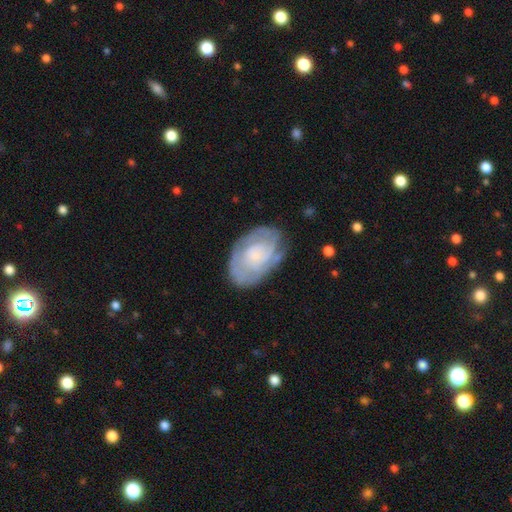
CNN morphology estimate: This appears to be a featured or disk galaxy (67%) with no bar (76%), tight (62%) spiral arms (82%) and a small central bulge (48%). Merging: none (69%).